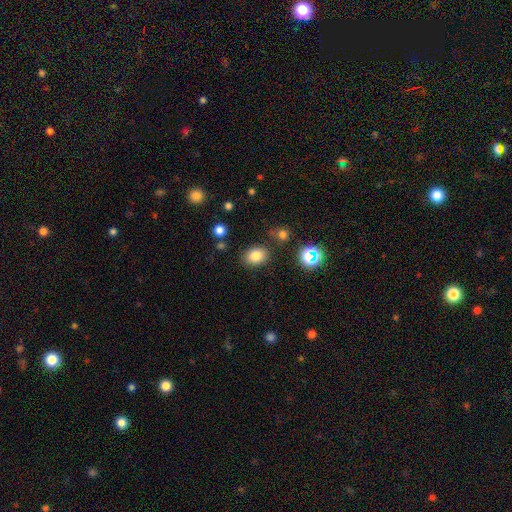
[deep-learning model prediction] This is clearly a smooth galaxy (81%). How rounded: likely in between (64%). Merging: clearly none (82%).